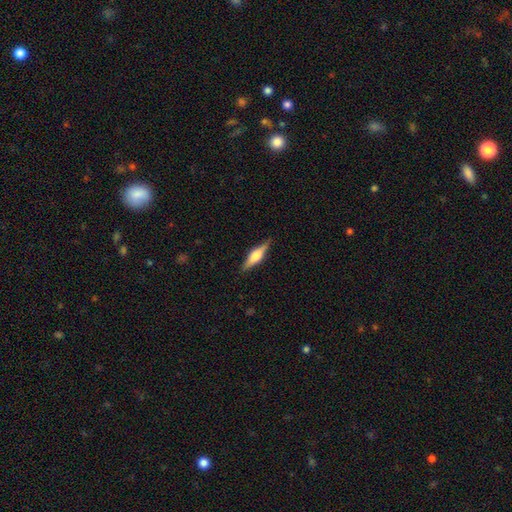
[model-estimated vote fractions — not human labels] Overall: featured or disk (59%; smooth 35%). Edge-on disk: yes (96%). Edge-on bulge: rounded (84%). Merging: none (88%).